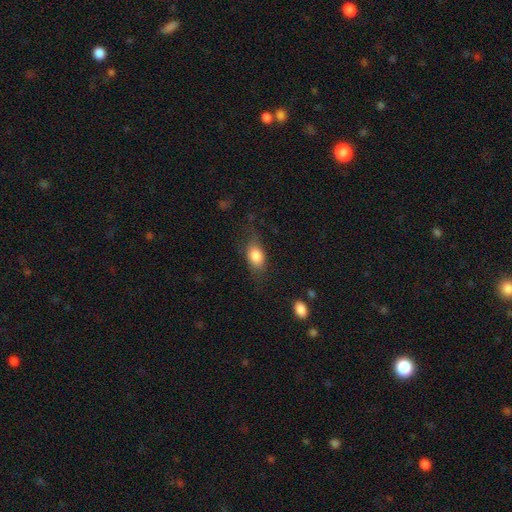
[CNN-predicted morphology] A smooth galaxy with no disk features (81%) that is in between round and cigar-shaped (82%).

Vote fractions:
- Smooth or featured? smooth: 81% / featured or disk: 11% / star or artifact: 8%
- How rounded? in between: 82% / round: 13% / cigar-shaped: 6%
- Merging? none: 65% / minor disturbance: 23% / major disturbance: 10% / merger: 2%